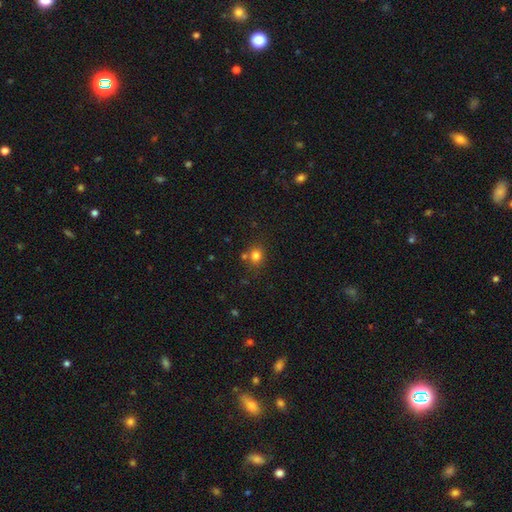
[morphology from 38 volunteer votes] smooth_or_featured: smooth (p=0.87) [alt: featured or disk p=0.08]
how_rounded: round (p=0.73) [alt: in between p=0.27]
merging: none (p=0.75) [alt: merger p=0.19]